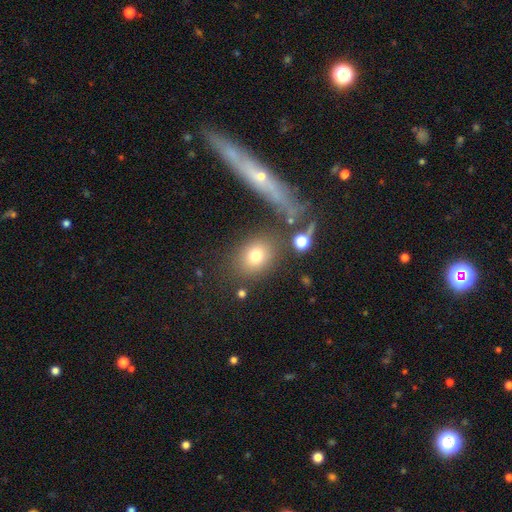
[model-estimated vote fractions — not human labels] Overall: smooth (74%). How rounded: round (58%; in between 40%). Merging: none (72%).